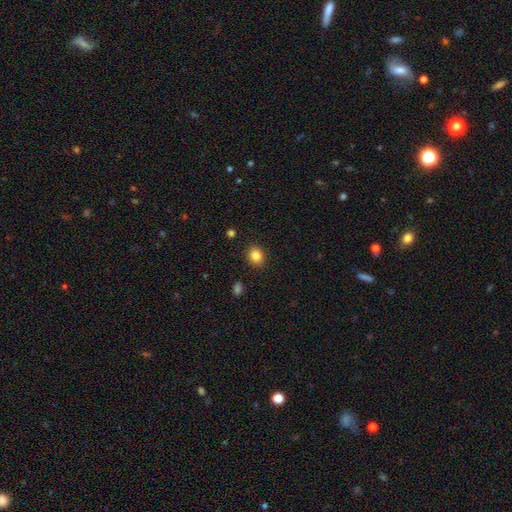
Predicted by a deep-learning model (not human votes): A smooth galaxy with no disk features (85%) that is round (67%).

Vote fractions:
- Smooth or featured? smooth: 85% / star or artifact: 10% / featured or disk: 5%
- How rounded? round: 67% / in between: 33% / cigar-shaped: 1%
- Merging? none: 89% / minor disturbance: 7% / major disturbance: 2% / merger: 1%